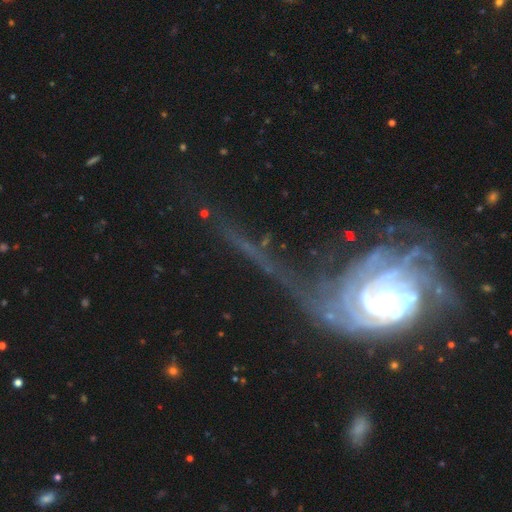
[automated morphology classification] This appears to be a featured or disk galaxy (69%) with no bar (58%), spiral arms (78%) and a moderate central bulge (39%). Merging: major disturbance (44%).